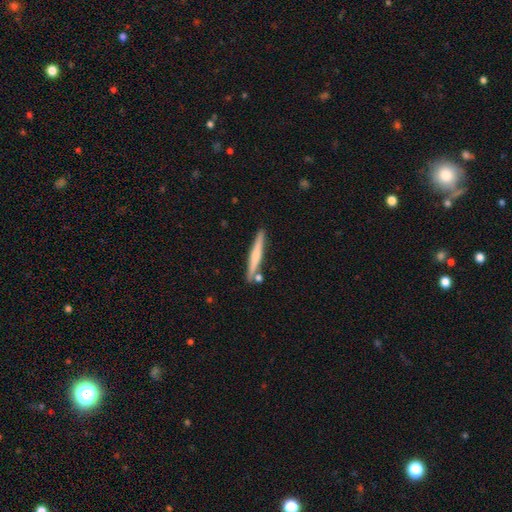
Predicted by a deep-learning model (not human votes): A smooth galaxy with no disk features (49%).

Vote fractions:
- Smooth or featured? smooth: 49% / featured or disk: 45% / star or artifact: 6%
- Merging? none: 81% / minor disturbance: 10% / merger: 7% / major disturbance: 2%